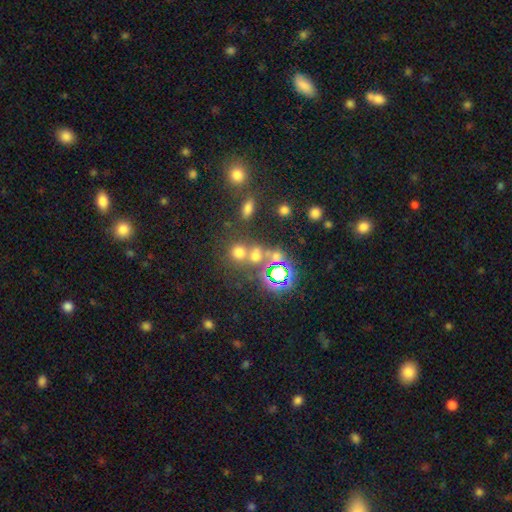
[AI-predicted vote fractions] This appears to be a smooth galaxy with no disk features (53%) that is round (77%). Merging: none (54%).